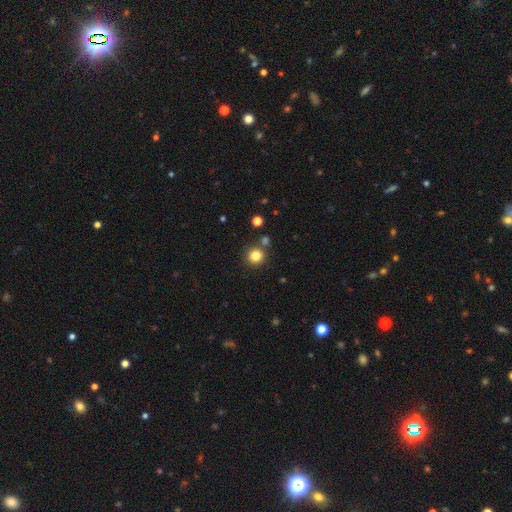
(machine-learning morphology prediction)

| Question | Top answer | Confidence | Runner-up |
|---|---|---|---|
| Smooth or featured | smooth | 83% | star or artifact (12%) |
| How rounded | round | 94% | in between (5%) |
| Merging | none | 81% | merger (9%) |